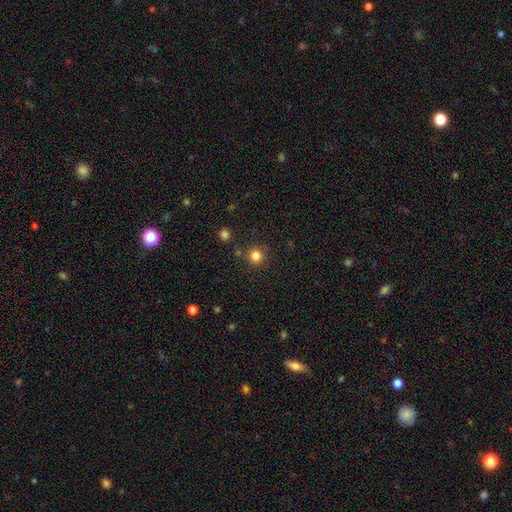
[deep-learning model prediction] Smooth or featured? smooth (82%)
How rounded? round (94%)
Merging? none (83%)